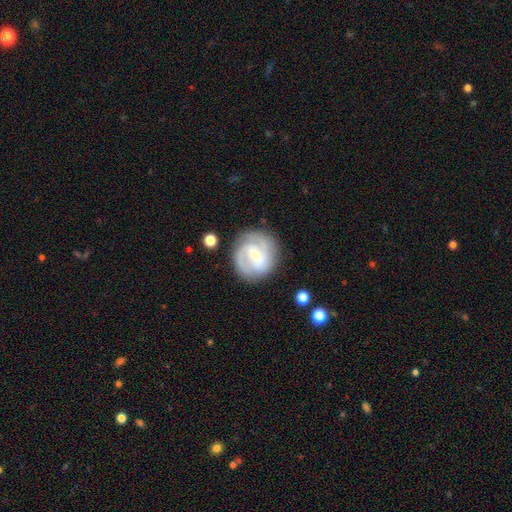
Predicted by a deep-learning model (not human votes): Smooth or featured? Predicted: featured or disk (p=0.81). Edge-on disk? Predicted: no (p=0.98). Bar? Predicted: weak (p=0.52). Spiral arms? Predicted: yes (p=0.95). Spiral winding? Predicted: medium (p=0.45). Spiral arm count? Predicted: 2 (p=0.58). Bulge size? Predicted: small (p=0.55). Merging? Predicted: none (p=0.80).